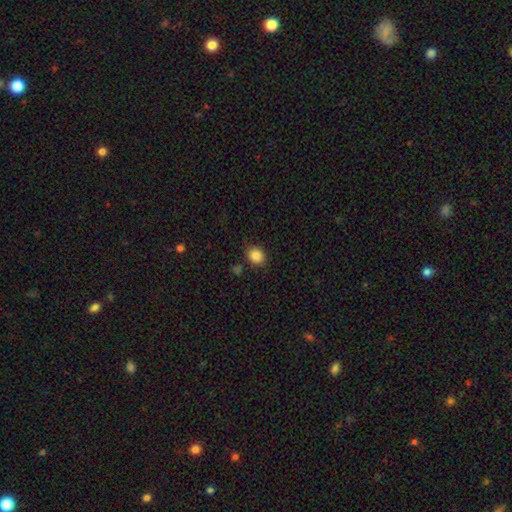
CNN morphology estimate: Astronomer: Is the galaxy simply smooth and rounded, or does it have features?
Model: smooth — 86%.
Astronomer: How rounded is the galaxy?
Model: round — 64%.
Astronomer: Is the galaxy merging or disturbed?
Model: none — 84%.